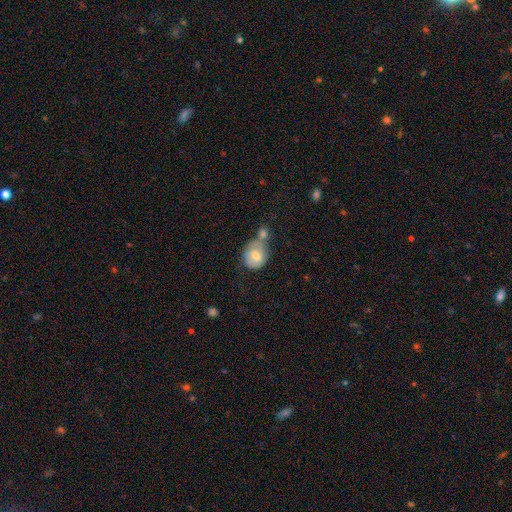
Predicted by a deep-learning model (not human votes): Smooth or featured?
  - smooth: 69% *
  - featured or disk: 24%
  - star or artifact: 7%
How rounded?
  - round: 67% *
  - in between: 32%
  - cigar-shaped: 1%
Merging?
  - merger: 43% *
  - none: 31%
  - minor disturbance: 18%
  - major disturbance: 8%